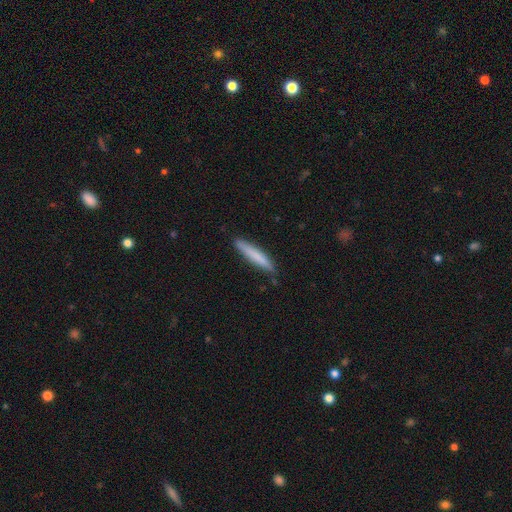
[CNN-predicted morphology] smooth 76%, featured or disk 19%, star or artifact 6%. Down the decision tree: how rounded — cigar-shaped (94%); merging — none (84%).